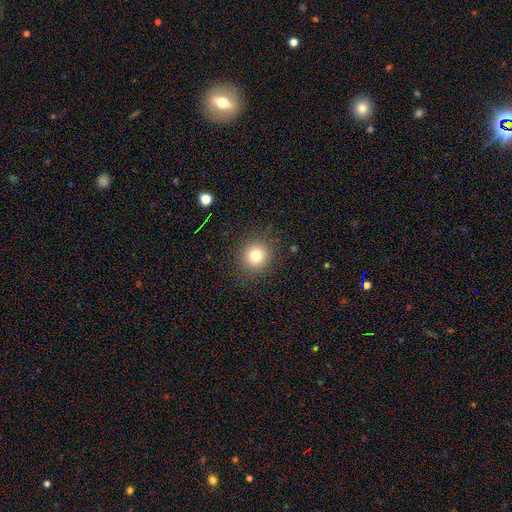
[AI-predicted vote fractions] Smooth or featured? smooth (78%)
How rounded? round (90%)
Merging? none (88%)